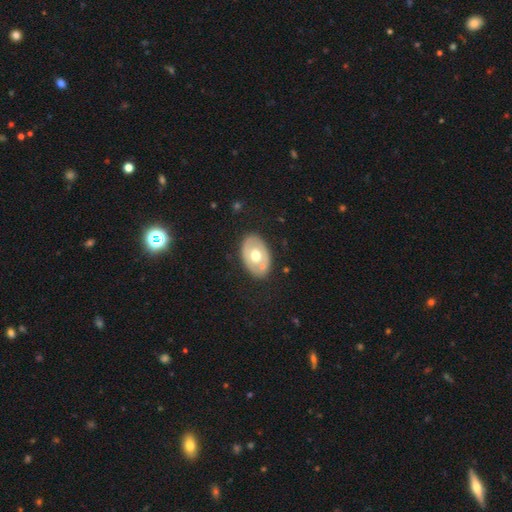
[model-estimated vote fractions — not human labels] This is possibly a smooth galaxy (48%). Merging: likely none (78%).